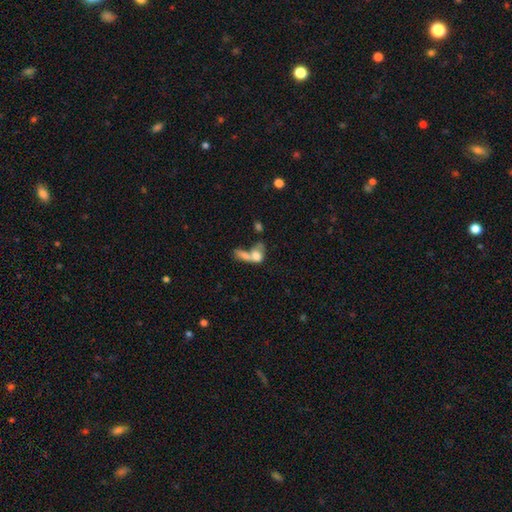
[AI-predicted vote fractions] smooth_or_featured: smooth (p=0.66) [alt: featured or disk p=0.24]
how_rounded: in between (p=0.70) [alt: round p=0.21]
merging: merger (p=0.64) [alt: none p=0.15]